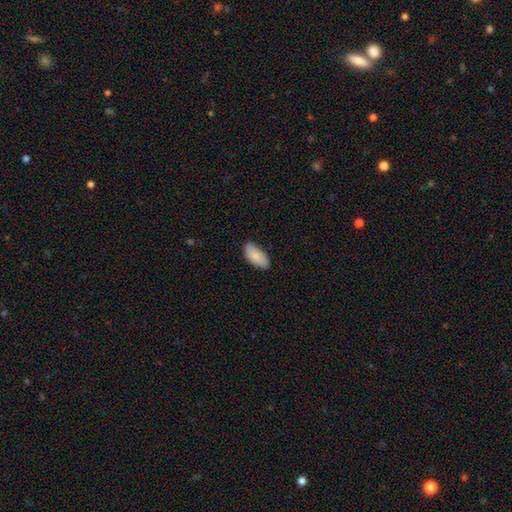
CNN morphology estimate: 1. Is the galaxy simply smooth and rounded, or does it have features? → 84% smooth, 10% featured or disk, 6% star or artifact.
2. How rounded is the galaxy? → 93% in between, 5% cigar-shaped, 2% round.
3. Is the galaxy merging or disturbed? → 81% none, 16% minor disturbance, 2% major disturbance, 1% merger.